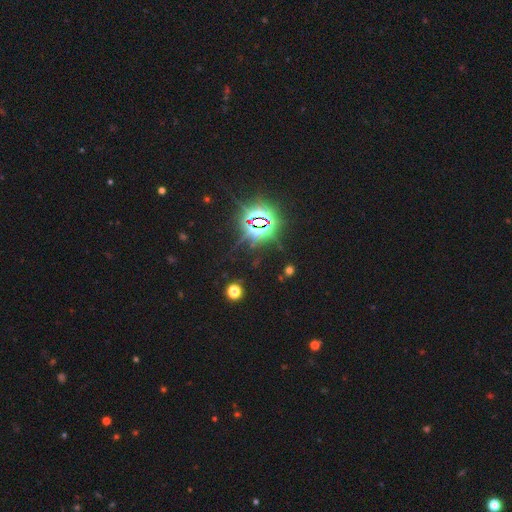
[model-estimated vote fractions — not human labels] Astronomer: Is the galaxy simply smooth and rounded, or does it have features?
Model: star or artifact — 83%.